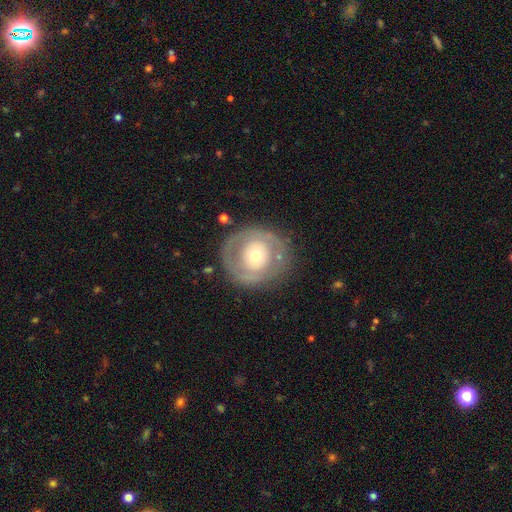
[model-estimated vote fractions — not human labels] A featured or disk galaxy (54%) with no bar (86%), no spiral arms (77%) and a moderate central bulge (63%).

Vote fractions:
- Smooth or featured? featured or disk: 54% / smooth: 40% / star or artifact: 6%
- Edge-on disk? no: 95% / yes: 5%
- Bar? no: 86% / weak: 10% / strong: 4%
- Spiral arms? no: 77% / yes: 23%
- Bulge size? moderate: 63% / small: 25% / large: 10% / dominant: 1% / none: 1%
- Merging? none: 77% / minor disturbance: 13% / major disturbance: 7% / merger: 2%